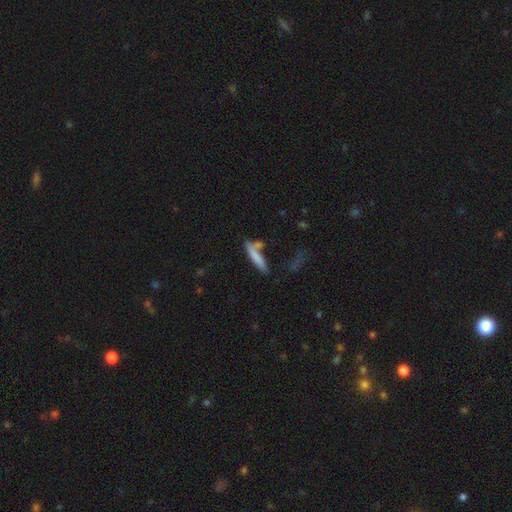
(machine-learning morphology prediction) A smooth galaxy with no disk features (75%) that is cigar-shaped (85%). Merging: none (61%).